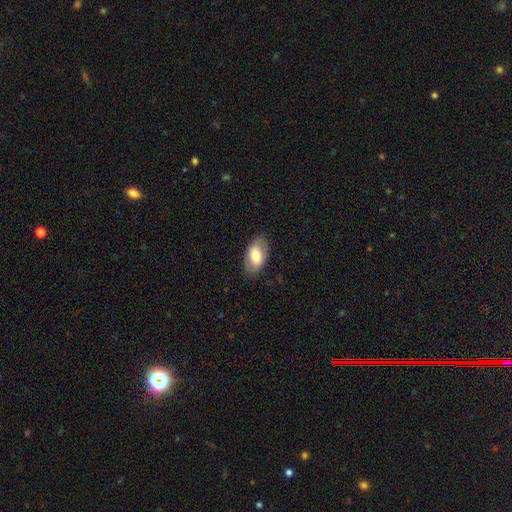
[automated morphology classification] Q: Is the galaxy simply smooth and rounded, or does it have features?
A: smooth — 72%.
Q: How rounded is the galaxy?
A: in between — 94%.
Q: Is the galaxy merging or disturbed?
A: none — 83%.